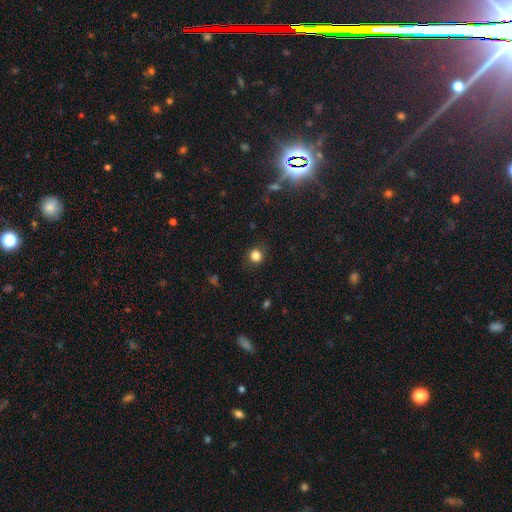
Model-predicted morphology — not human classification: Overall: smooth (84%). How rounded: round (89%). Merging: none (87%).